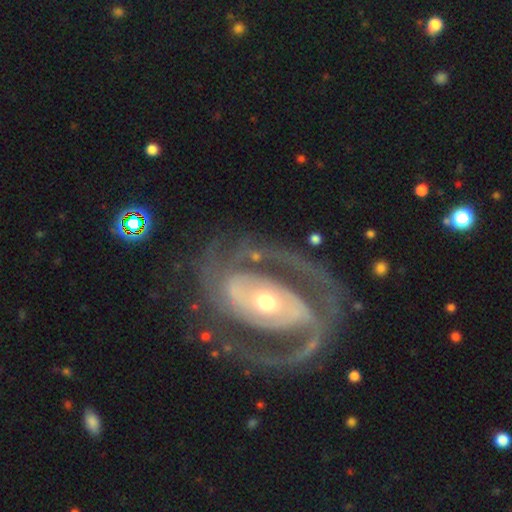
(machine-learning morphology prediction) smooth-or-featured: featured or disk: 85% | smooth: 10% | star or artifact: 5%
  disk-edge-on: no: 95% | yes: 5%
    bar: no: 59% | weak: 23% | strong: 17%
    has-spiral-arms: yes: 85% | no: 15%
      spiral-winding: tight: 46% | medium: 36% | loose: 19%
      spiral-arm-count: 2: 56% | can't tell: 17% | 3: 10% | 1: 8% | 4: 5% | more than 4: 4%
    bulge-size: moderate: 64% | small: 26% | large: 7% | dominant: 1% | none: 1%
  merging: none: 58% | major disturbance: 21% | minor disturbance: 16% | merger: 5%